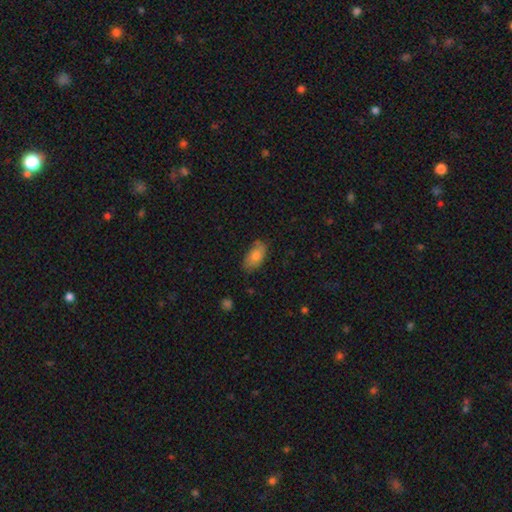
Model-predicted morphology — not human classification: Smooth or featured: smooth — 76% (featured or disk — 17%)
How rounded: in between — 92% (round — 4%)
Merging: none — 74% (minor disturbance — 21%)